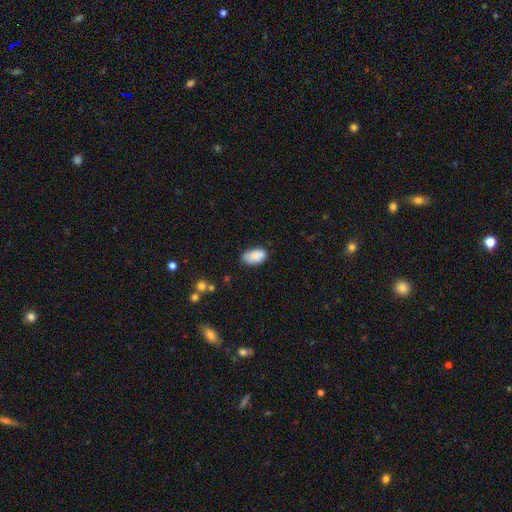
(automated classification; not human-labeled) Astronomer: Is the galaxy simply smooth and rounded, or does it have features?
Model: smooth — 84%.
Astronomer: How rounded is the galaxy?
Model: in between — 92%.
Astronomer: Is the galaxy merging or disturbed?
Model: none — 63%.